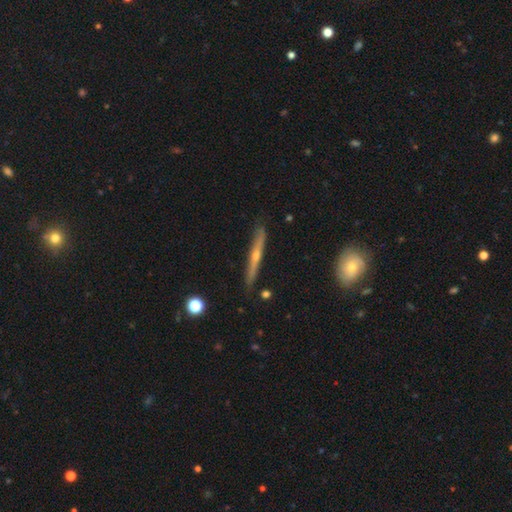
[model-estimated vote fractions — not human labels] A featured or disk galaxy (72%) viewed edge-on (97%) with a rounded central bulge (82%). Merging: none (89%).